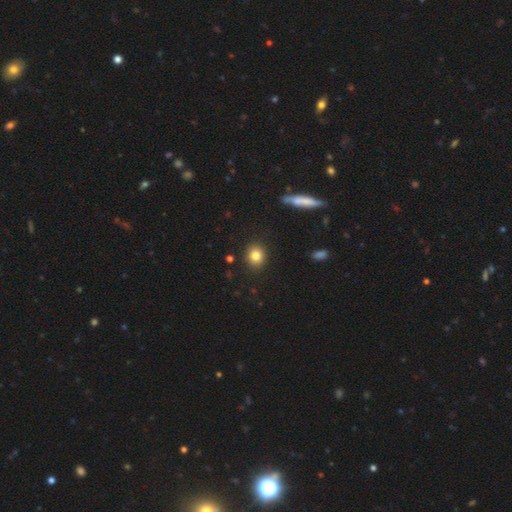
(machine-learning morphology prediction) This appears to be a smooth galaxy with no disk features (83%) that is round (71%). Merging: none (89%).